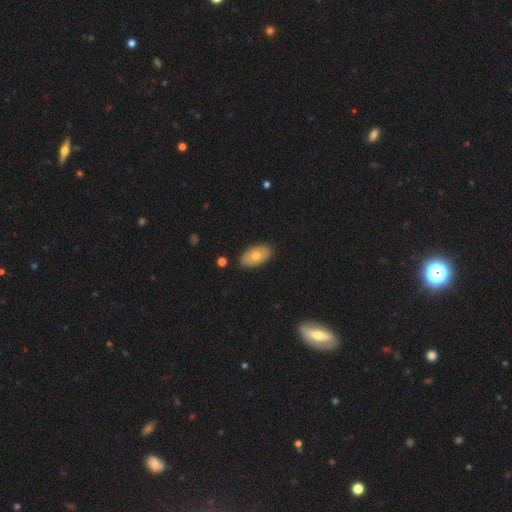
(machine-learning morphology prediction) Overall: smooth (66%; featured or disk 26%). How rounded: in between (93%). Merging: none (86%).